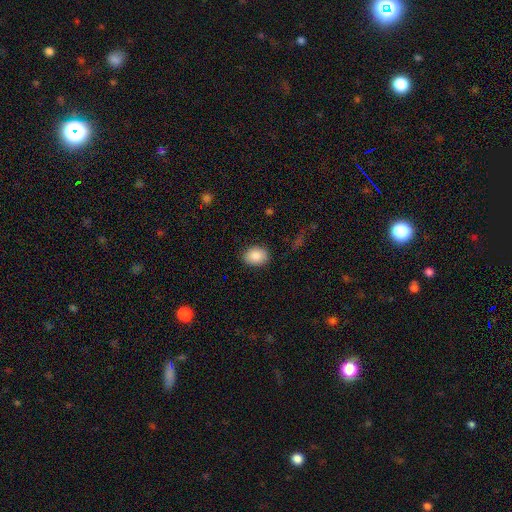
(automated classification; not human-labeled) Q: Smooth or featured?
A: smooth (88%); runner-up: star or artifact (7%)
Q: How rounded?
A: in between (67%); runner-up: round (32%)
Q: Merging?
A: none (87%); runner-up: minor disturbance (9%)